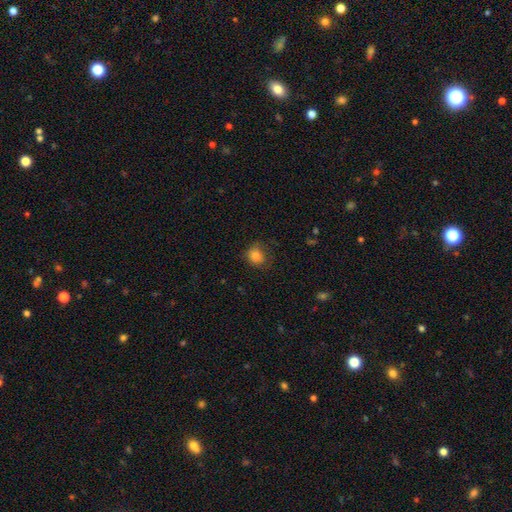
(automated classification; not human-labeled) Smooth or featured? smooth (83%)
How rounded? round (74%)
Merging? none (74%)